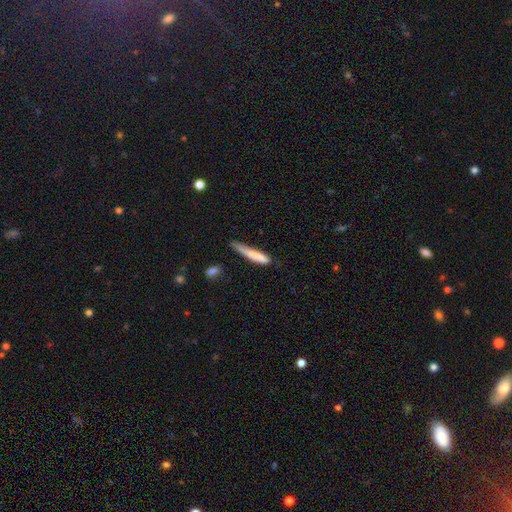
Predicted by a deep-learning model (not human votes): Smooth or featured? smooth (77%)
How rounded? cigar-shaped (90%)
Merging? none (44%)